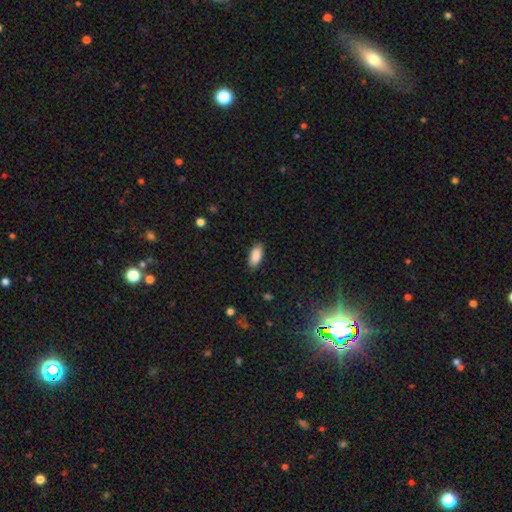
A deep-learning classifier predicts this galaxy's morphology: A smooth galaxy with no disk features (89%) that is in between round and cigar-shaped (87%).

Vote fractions:
- Smooth or featured? smooth: 89% / star or artifact: 6% / featured or disk: 4%
- How rounded? in between: 87% / cigar-shaped: 12% / round: 2%
- Merging? none: 87% / minor disturbance: 10% / major disturbance: 2% / merger: 1%